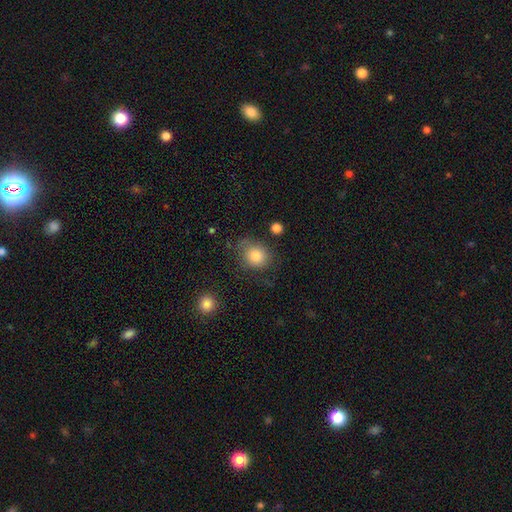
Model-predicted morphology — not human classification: Smooth or featured? Predicted: smooth (p=0.81). How rounded? Predicted: round (p=0.74). Merging? Predicted: none (p=0.66).